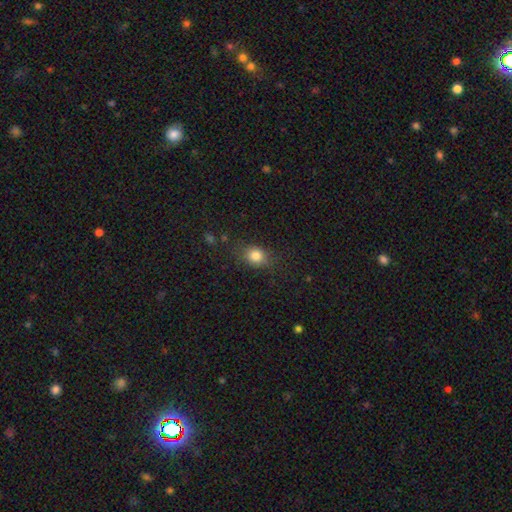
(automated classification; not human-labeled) Smooth or featured? smooth (82%)
How rounded? round (61%)
Merging? none (79%)